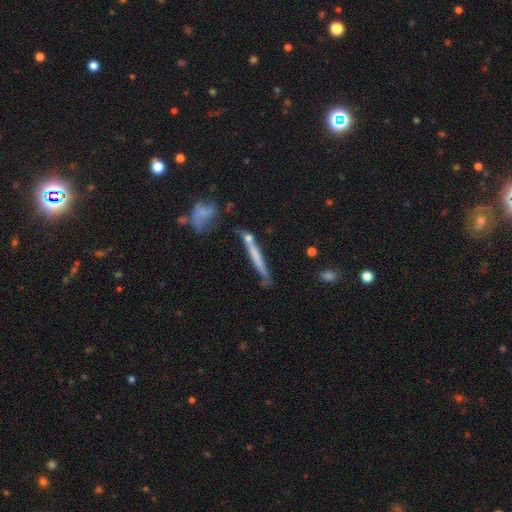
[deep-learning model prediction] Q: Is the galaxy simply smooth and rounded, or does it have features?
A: smooth — 50%.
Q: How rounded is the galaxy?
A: cigar-shaped — 95%.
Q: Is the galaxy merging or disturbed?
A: none — 62%.